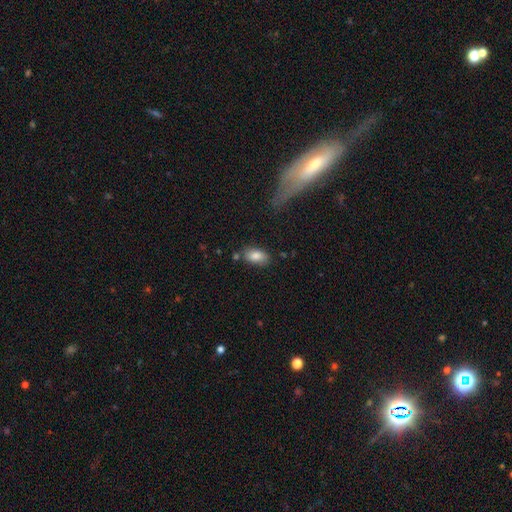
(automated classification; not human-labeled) Morphology: type=smooth (84%); roundness=in between (91%); merging=none (77%).